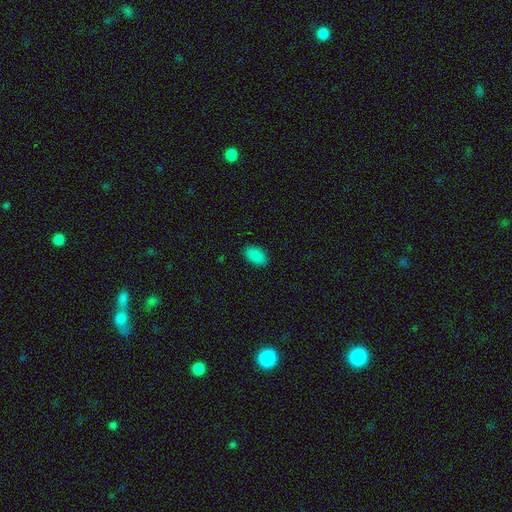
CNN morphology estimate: smooth_or_featured: smooth (p=0.89) [alt: star or artifact p=0.08]
how_rounded: in between (p=0.93) [alt: round p=0.05]
merging: none (p=0.88) [alt: minor disturbance p=0.09]